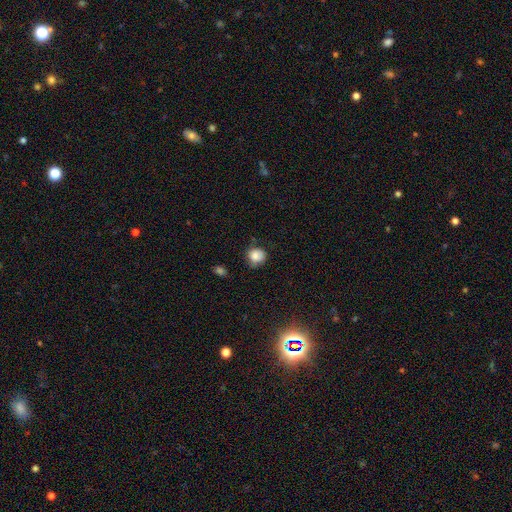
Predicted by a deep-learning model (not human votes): Morphology: type=smooth (80%); roundness=round (81%); merging=none (66%).